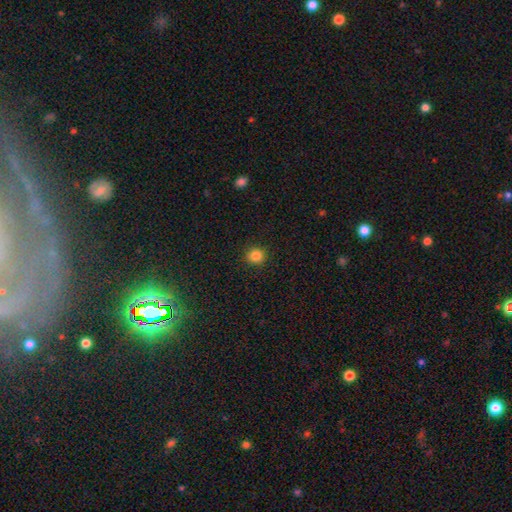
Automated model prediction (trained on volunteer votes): A smooth galaxy with no disk features (84%) that is round (91%).

Vote fractions:
- Smooth or featured? smooth: 84% / star or artifact: 12% / featured or disk: 4%
- How rounded? round: 91% / in between: 8% / cigar-shaped: 1%
- Merging? none: 92% / minor disturbance: 5% / major disturbance: 2% / merger: 1%